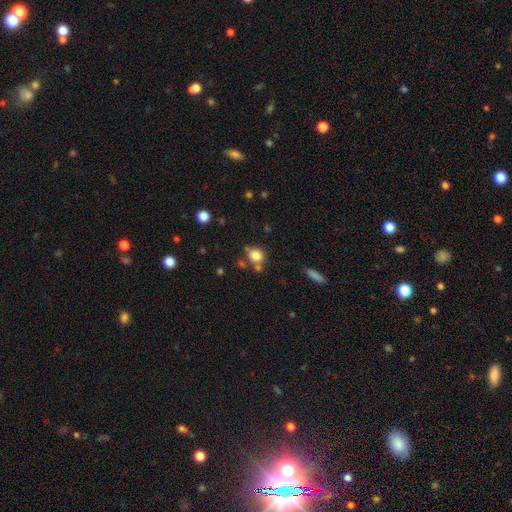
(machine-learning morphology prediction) Smooth or featured?
  - smooth: 82% *
  - star or artifact: 11%
  - featured or disk: 7%
How rounded?
  - round: 68% *
  - in between: 31%
  - cigar-shaped: 1%
Merging?
  - none: 62% *
  - merger: 18%
  - minor disturbance: 15%
  - major disturbance: 5%